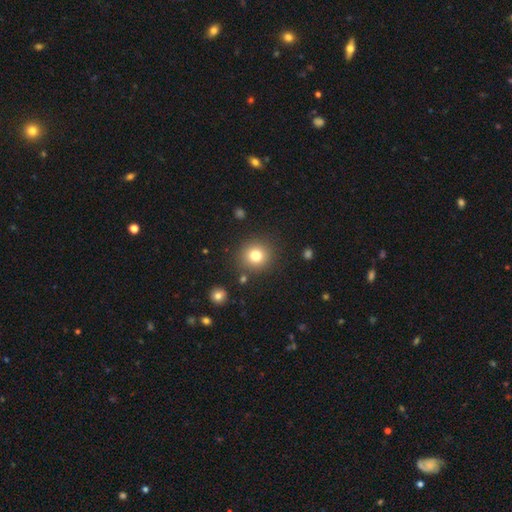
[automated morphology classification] This is likely a smooth galaxy (78%). How rounded: clearly round (92%). Merging: clearly none (87%).